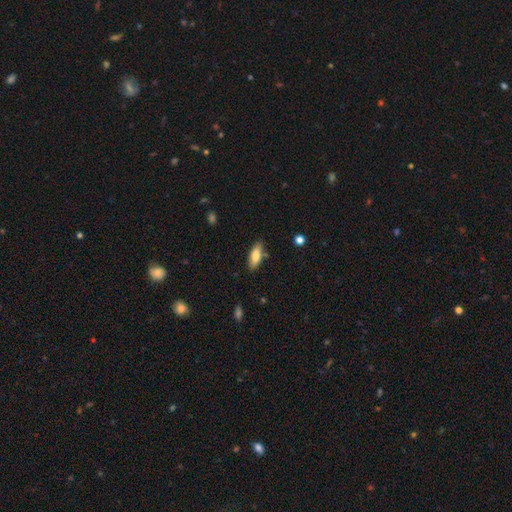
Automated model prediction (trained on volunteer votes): Smooth or featured: smooth — 80% (featured or disk — 13%)
How rounded: in between — 71% (cigar-shaped — 27%)
Merging: none — 81% (minor disturbance — 13%)